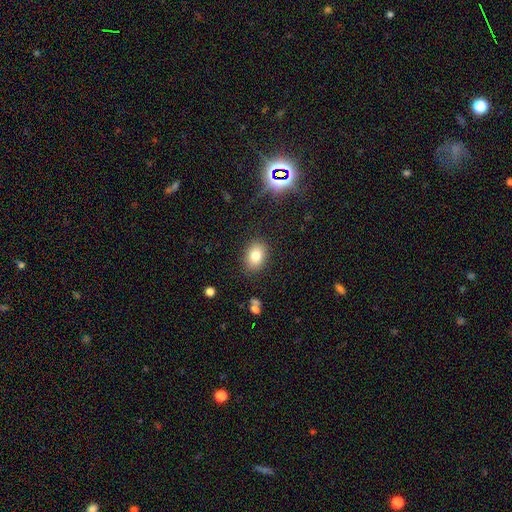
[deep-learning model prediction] This is clearly a smooth galaxy (80%). How rounded: likely in between (72%). Merging: clearly none (86%).